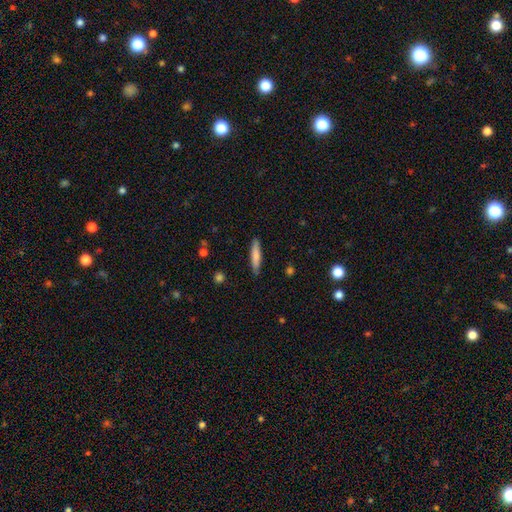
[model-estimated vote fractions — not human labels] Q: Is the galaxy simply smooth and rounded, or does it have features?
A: smooth — 76%.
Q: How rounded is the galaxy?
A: cigar-shaped — 88%.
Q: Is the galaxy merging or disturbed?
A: none — 87%.